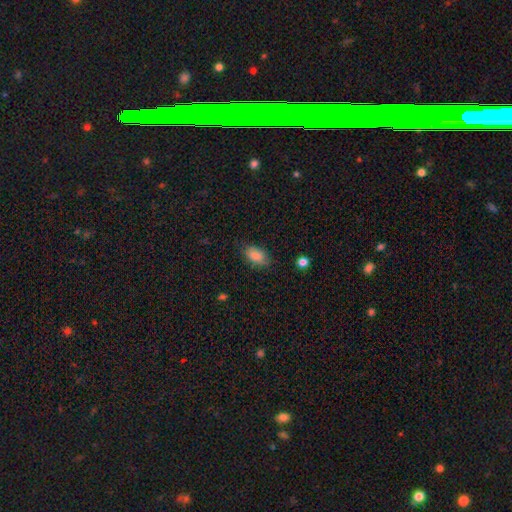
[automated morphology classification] Smooth or featured: smooth — 86% (star or artifact — 8%)
How rounded: in between — 90% (round — 6%)
Merging: none — 77% (minor disturbance — 18%)